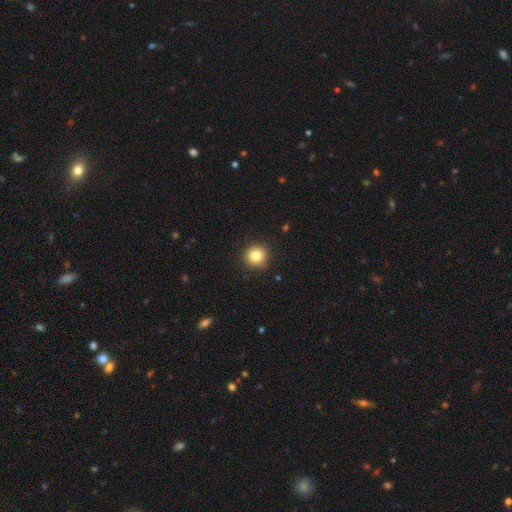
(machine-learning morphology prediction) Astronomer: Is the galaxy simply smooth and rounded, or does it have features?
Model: smooth — 83%.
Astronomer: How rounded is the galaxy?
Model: round — 92%.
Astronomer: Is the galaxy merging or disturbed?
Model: none — 88%.